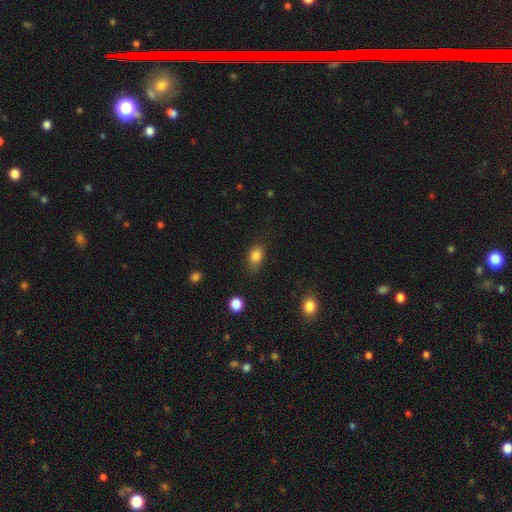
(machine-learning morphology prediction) Smooth or featured?
  - smooth: 83% *
  - star or artifact: 10%
  - featured or disk: 6%
How rounded?
  - in between: 72% *
  - round: 26%
  - cigar-shaped: 2%
Merging?
  - none: 72% *
  - minor disturbance: 21%
  - major disturbance: 6%
  - merger: 2%